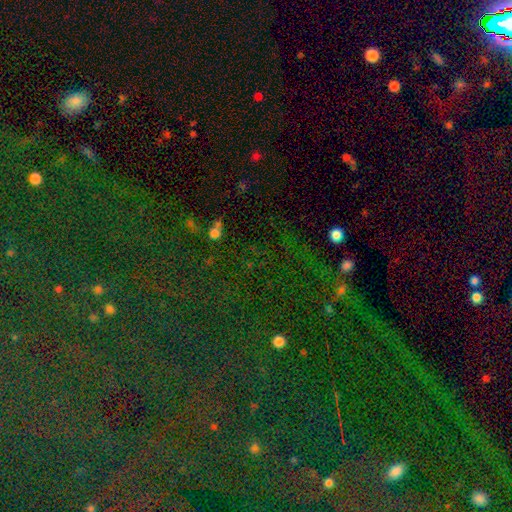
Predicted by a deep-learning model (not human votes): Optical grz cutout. It shows a star or artifact, not a galaxy (81%).